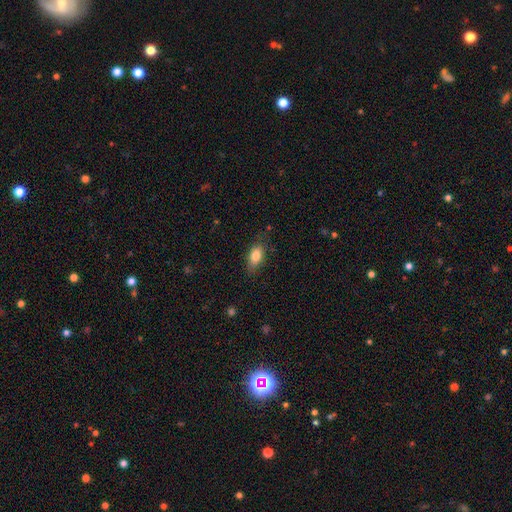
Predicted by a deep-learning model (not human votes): This appears to be a smooth galaxy with no disk features (81%) that is in between round and cigar-shaped (86%). Merging: none (78%).